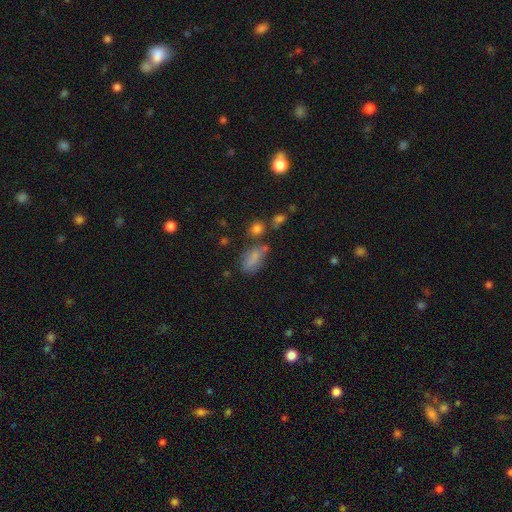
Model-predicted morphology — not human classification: A smooth galaxy with no disk features (70%) that is in between round and cigar-shaped (81%). Merging: none (51%).